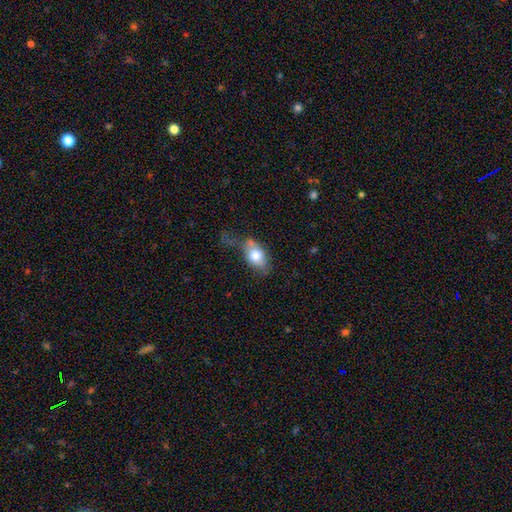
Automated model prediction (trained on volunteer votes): smooth 72%, featured or disk 21%, star or artifact 7%. Down the decision tree: how rounded — in between (83%); merging — none (38%).